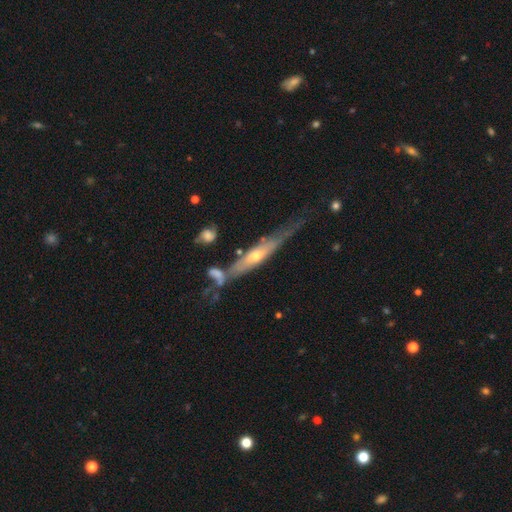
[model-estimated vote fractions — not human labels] Smooth or featured: featured or disk — 73% (smooth — 20%)
Edge-on disk: yes — 79% (no — 21%)
Edge-on bulge: rounded — 72% (none — 22%)
Merging: none — 49% (minor disturbance — 26%)